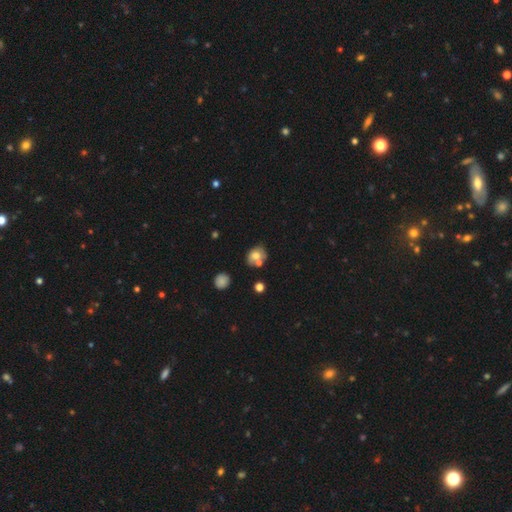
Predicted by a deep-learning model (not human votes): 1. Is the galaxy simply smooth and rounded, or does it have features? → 67% smooth, 21% featured or disk, 12% star or artifact.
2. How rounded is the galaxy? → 50% round, 48% in between, 1% cigar-shaped.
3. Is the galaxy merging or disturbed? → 47% none, 29% merger, 17% minor disturbance, 6% major disturbance.